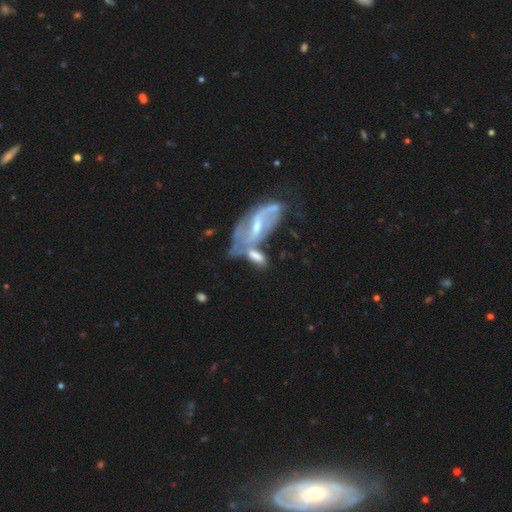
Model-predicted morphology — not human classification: Smooth or featured? Predicted: featured or disk (p=0.56). Edge-on disk? Predicted: no (p=0.83). Merging? Predicted: merger (p=0.45).